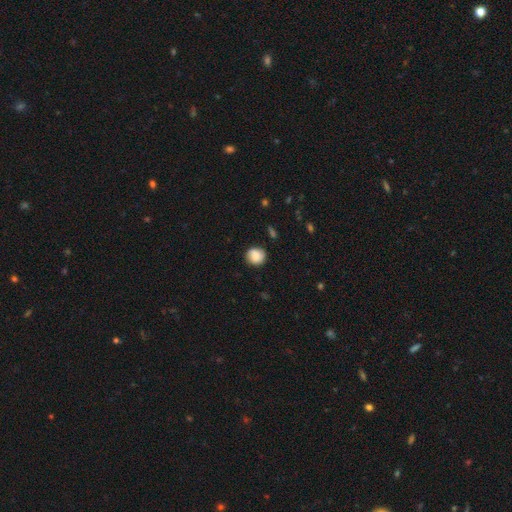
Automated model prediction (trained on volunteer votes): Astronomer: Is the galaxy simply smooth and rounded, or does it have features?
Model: smooth — 84%.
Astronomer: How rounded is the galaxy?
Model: round — 86%.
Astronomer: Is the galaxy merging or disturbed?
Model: none — 80%.